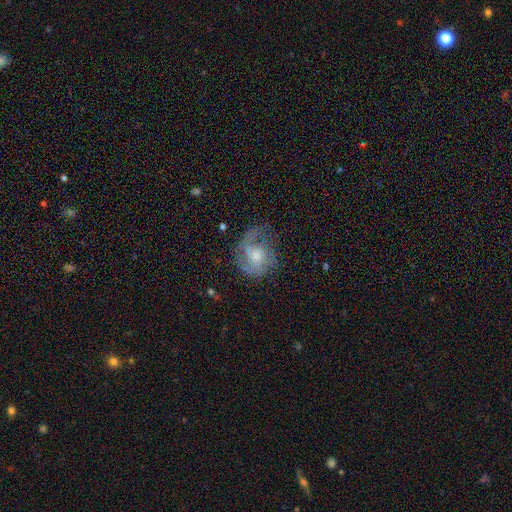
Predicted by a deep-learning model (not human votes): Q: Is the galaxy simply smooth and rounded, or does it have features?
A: featured or disk — 63%.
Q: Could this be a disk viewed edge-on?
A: no — 97%.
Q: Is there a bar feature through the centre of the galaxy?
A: no — 68%.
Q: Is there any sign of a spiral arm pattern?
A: yes — 81%.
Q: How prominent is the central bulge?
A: moderate — 48%.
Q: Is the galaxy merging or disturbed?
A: none — 55%.